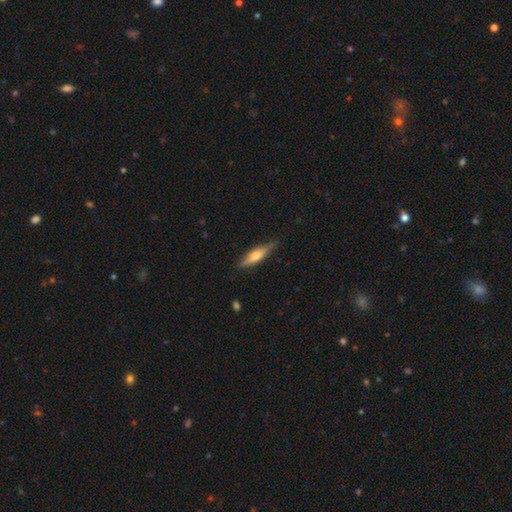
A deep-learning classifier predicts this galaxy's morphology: smooth_or_featured: smooth (p=0.49) [alt: featured or disk p=0.45]
merging: none (p=0.81) [alt: minor disturbance p=0.15]